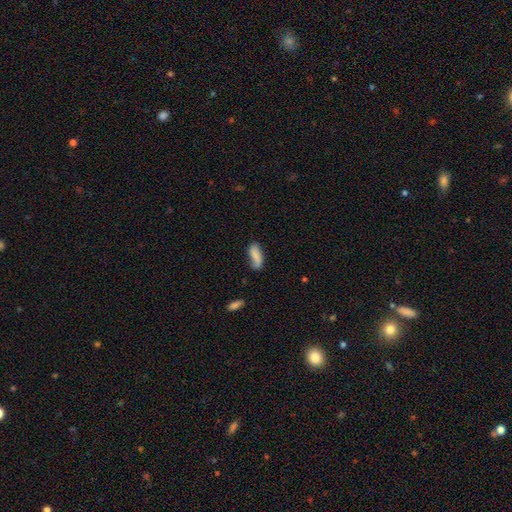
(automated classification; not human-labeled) This appears to be a smooth galaxy with no disk features (79%) that is in between round and cigar-shaped (72%). Merging: none (57%).